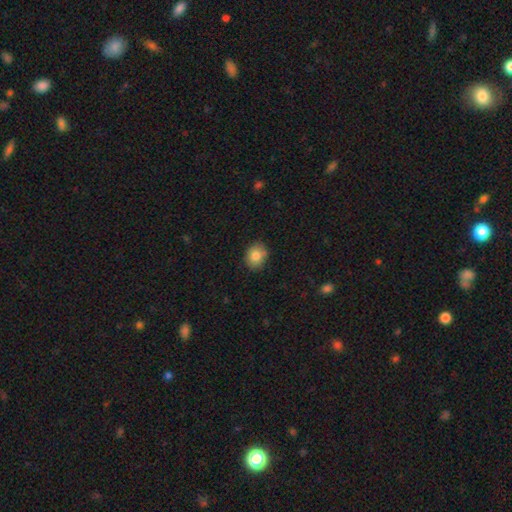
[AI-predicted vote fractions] This appears to be a smooth galaxy with no disk features (83%) that is round (53%). Merging: none (83%).